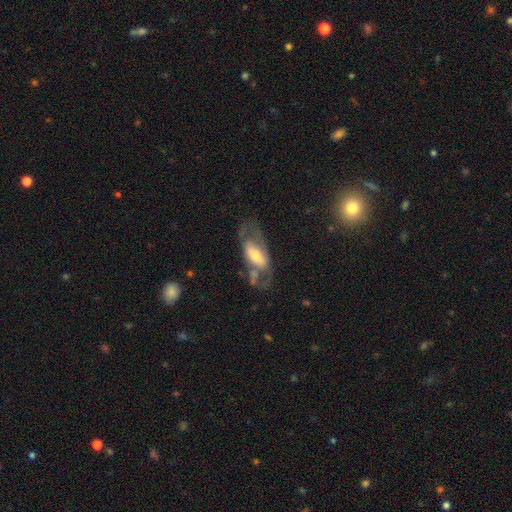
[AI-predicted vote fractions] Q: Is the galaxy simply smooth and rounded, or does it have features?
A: featured or disk — 61%.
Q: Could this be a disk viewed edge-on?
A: no — 86%.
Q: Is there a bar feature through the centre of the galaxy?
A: no — 36%.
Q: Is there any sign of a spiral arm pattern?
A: no — 50%, tied with yes.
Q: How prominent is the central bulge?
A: moderate — 49%.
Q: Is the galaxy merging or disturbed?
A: none — 47%.